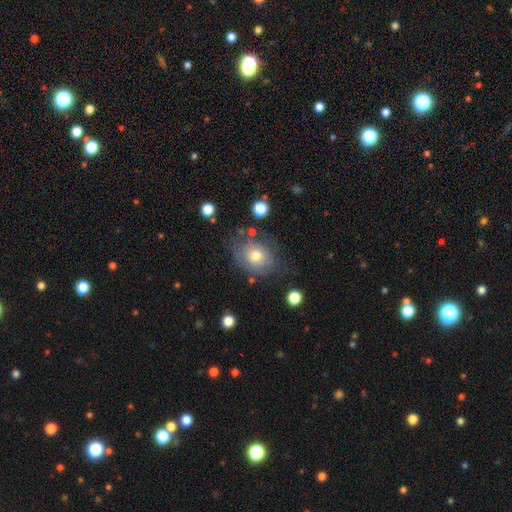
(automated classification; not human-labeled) Q: Smooth or featured?
A: smooth (58%); runner-up: featured or disk (33%)
Q: How rounded?
A: round (50%); runner-up: in between (49%)
Q: Merging?
A: none (59%); runner-up: minor disturbance (24%)